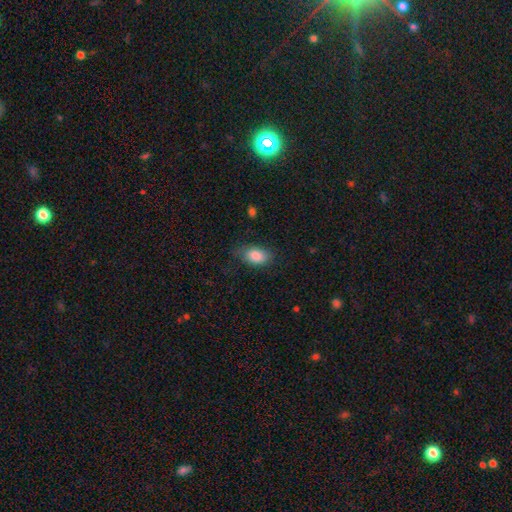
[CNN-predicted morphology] smooth_or_featured: smooth (p=0.87) [alt: star or artifact p=0.07]
how_rounded: in between (p=0.91) [alt: round p=0.07]
merging: none (p=0.71) [alt: minor disturbance p=0.21]